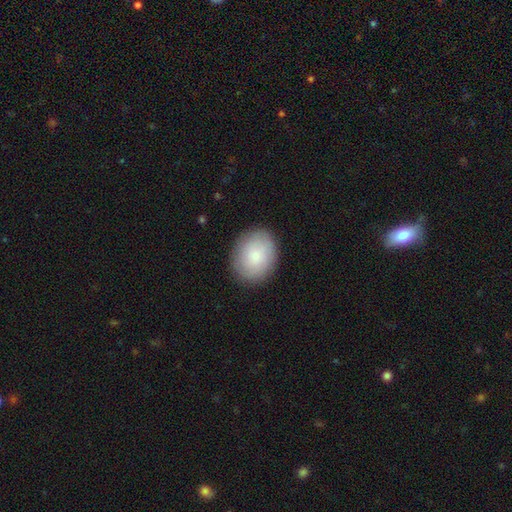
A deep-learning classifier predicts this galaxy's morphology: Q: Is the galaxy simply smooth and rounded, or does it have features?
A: smooth — 78%.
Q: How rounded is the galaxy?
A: round — 53%.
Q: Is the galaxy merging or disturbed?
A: none — 87%.